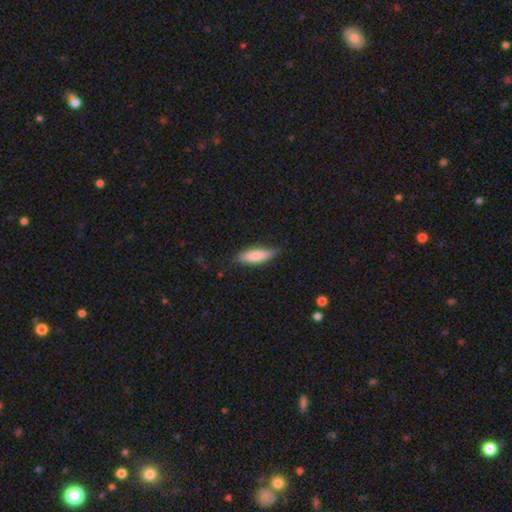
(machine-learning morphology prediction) Smooth or featured? Predicted: smooth (p=0.78). How rounded? Predicted: cigar-shaped (p=0.51). Merging? Predicted: none (p=0.68).